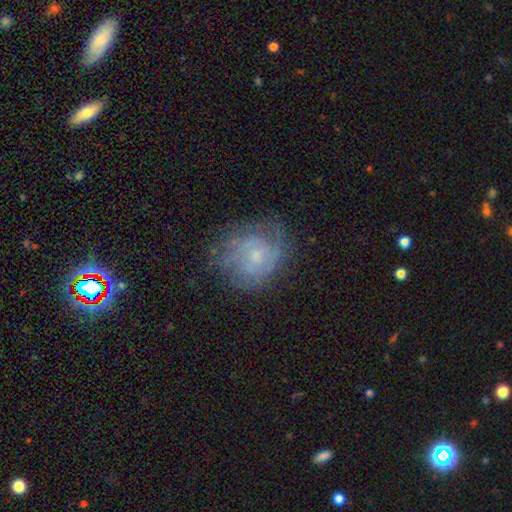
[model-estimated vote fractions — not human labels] Smooth or featured: featured or disk — 60% (smooth — 30%)
Edge-on disk: no — 98% (yes — 2%)
Bar: no — 75% (weak — 22%)
Spiral arms: yes — 73% (no — 27%)
Bulge size: small — 61% (moderate — 26%)
Merging: none — 61% (minor disturbance — 23%)